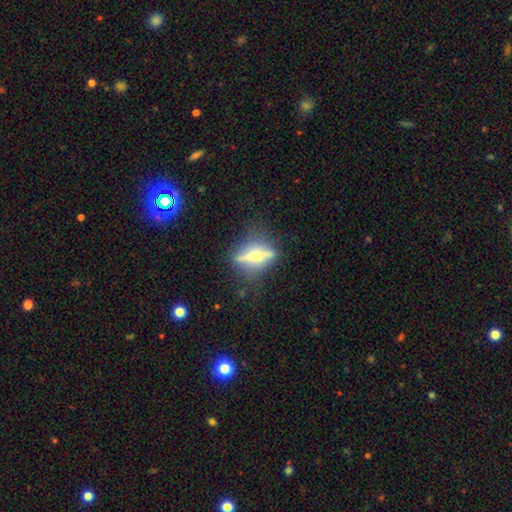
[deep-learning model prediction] Smooth or featured? Predicted: featured or disk (p=0.65). Edge-on disk? Predicted: yes (p=0.78). Edge-on bulge? Predicted: rounded (p=0.85). Merging? Predicted: none (p=0.66).